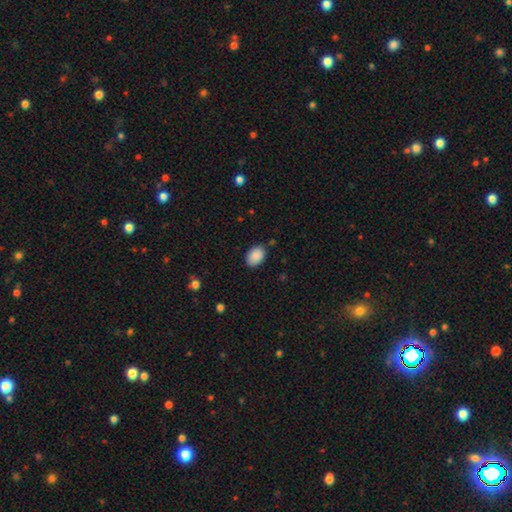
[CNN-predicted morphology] A smooth galaxy with no disk features (89%) that is in between round and cigar-shaped (84%). Merging: none (84%).